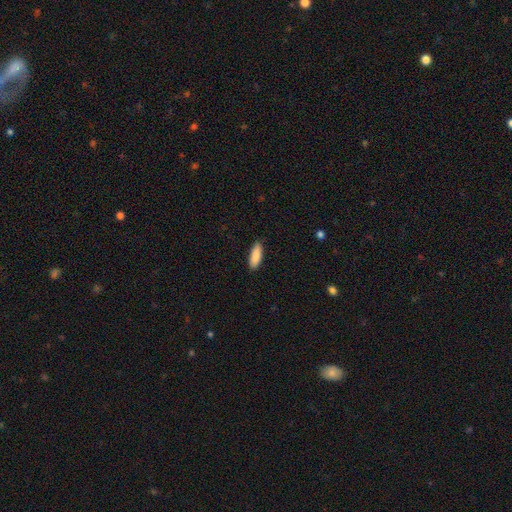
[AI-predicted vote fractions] The model was most divided on "how rounded": in between: 62%, cigar-shaped: 37%, round: 2%. More confident: smooth or featured — smooth (89%); merging — none (88%).